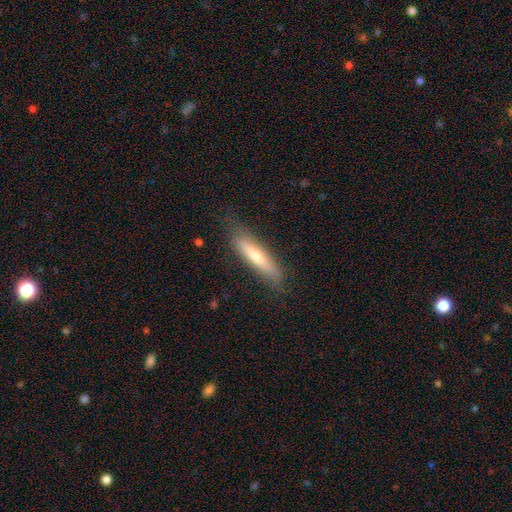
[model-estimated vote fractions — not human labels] This appears to be a smooth galaxy with no disk features (54%) that is cigar-shaped (84%). Merging: none (80%).